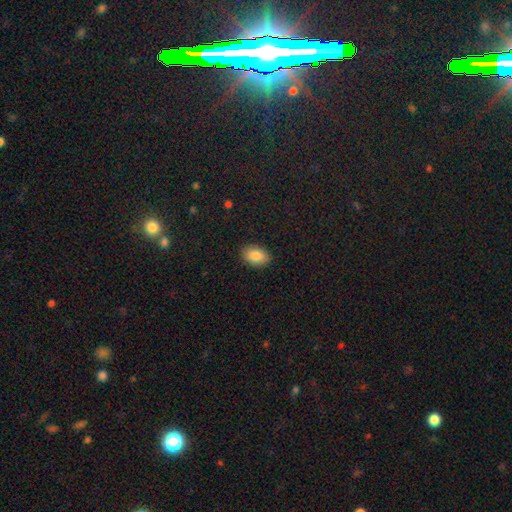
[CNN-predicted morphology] Smooth or featured? Predicted: smooth (p=0.86). How rounded? Predicted: in between (p=0.89). Merging? Predicted: none (p=0.88).